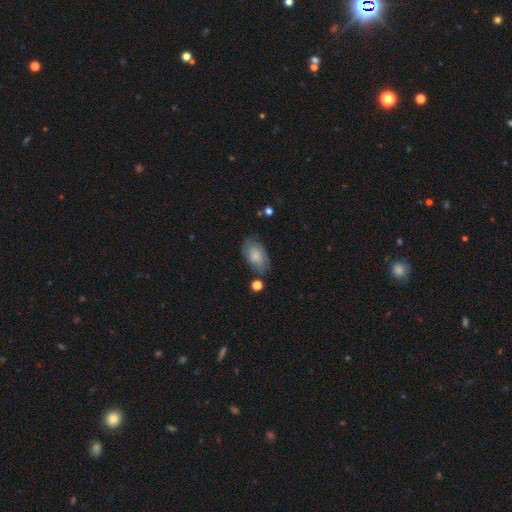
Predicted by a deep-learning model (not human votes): The model was most divided on "merging": none: 68%, minor disturbance: 21%, major disturbance: 6%, merger: 4%. More confident: how rounded — in between (93%); smooth or featured — smooth (75%).